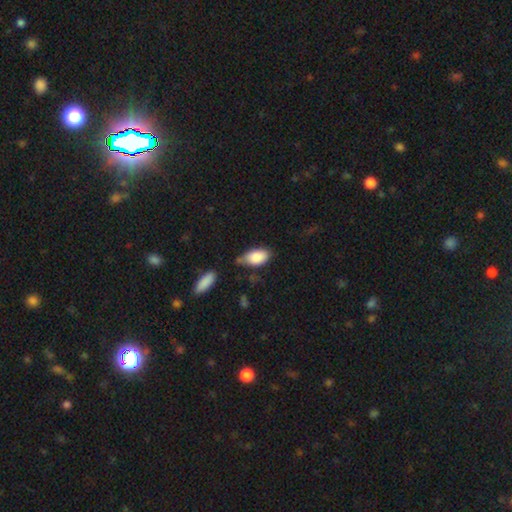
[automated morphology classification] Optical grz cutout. It shows a smooth galaxy with no disk features (87%) that is in between round and cigar-shaped (93%). Merging: none (57%).